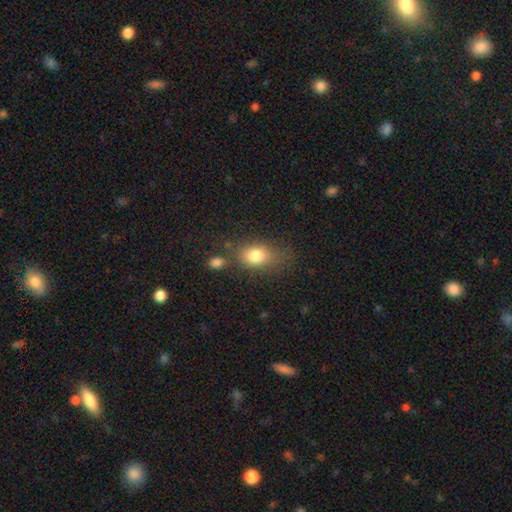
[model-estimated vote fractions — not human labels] The model was most divided on "merging": none: 59%, minor disturbance: 21%, merger: 11%, major disturbance: 10%. More confident: smooth or featured — smooth (79%); how rounded — in between (72%).